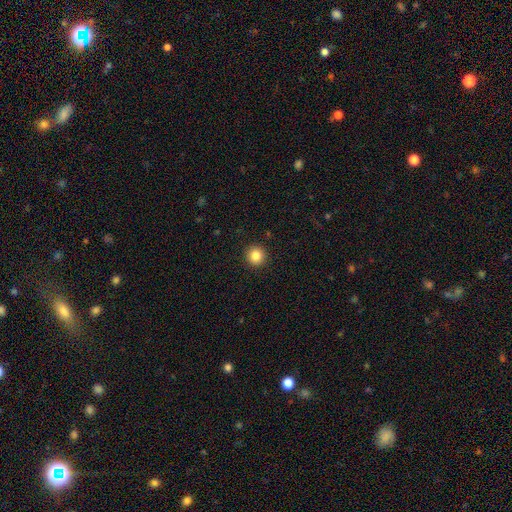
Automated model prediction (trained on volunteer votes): Overall: smooth (85%). How rounded: round (95%). Merging: none (93%).